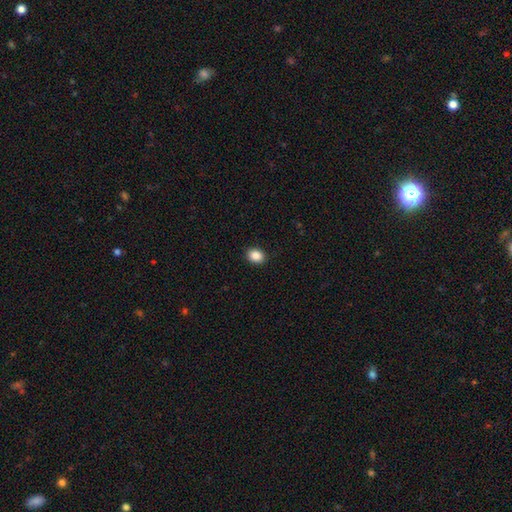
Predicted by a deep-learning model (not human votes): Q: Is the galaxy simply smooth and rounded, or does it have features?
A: smooth — 87%.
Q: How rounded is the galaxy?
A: in between — 57%.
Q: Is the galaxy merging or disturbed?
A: none — 91%.